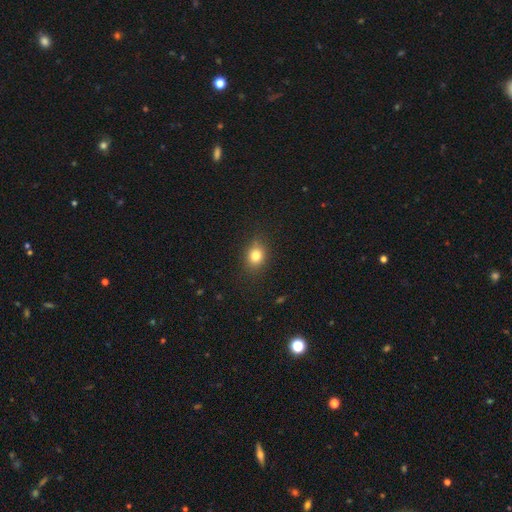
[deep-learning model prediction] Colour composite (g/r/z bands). It shows a smooth galaxy with no disk features (80%) that is round (51%). Merging: none (84%).